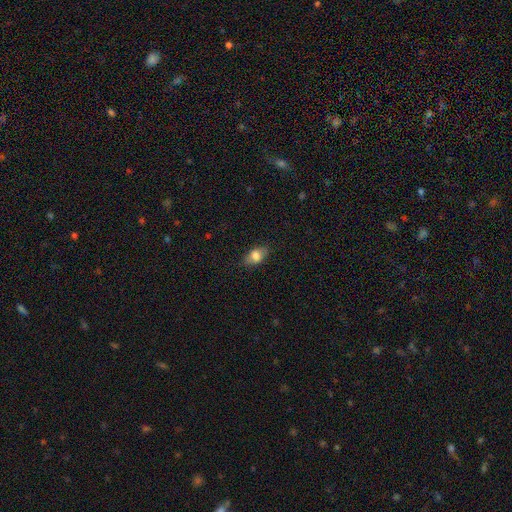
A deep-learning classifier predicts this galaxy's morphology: type=smooth (76%); roundness=in between (87%); merging=none (81%).